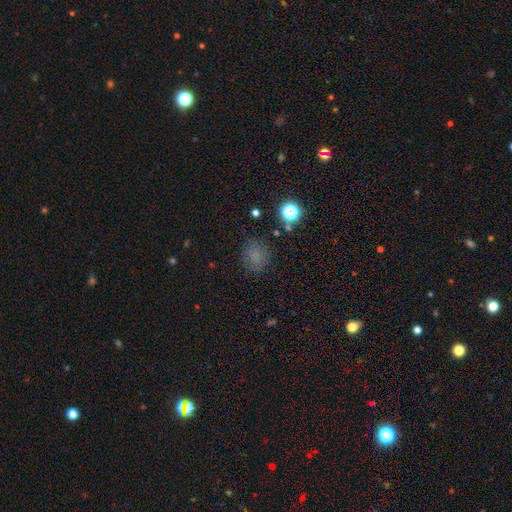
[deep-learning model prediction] Overall: smooth (72%). How rounded: round (68%; in between 31%). Merging: none (80%).